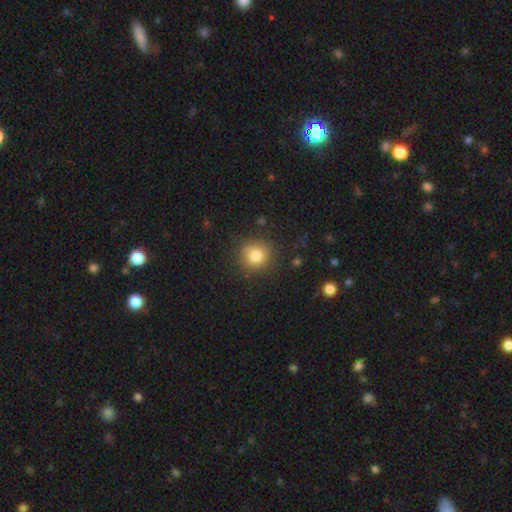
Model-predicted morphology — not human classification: Smooth or featured? smooth (81%)
How rounded? round (89%)
Merging? none (84%)